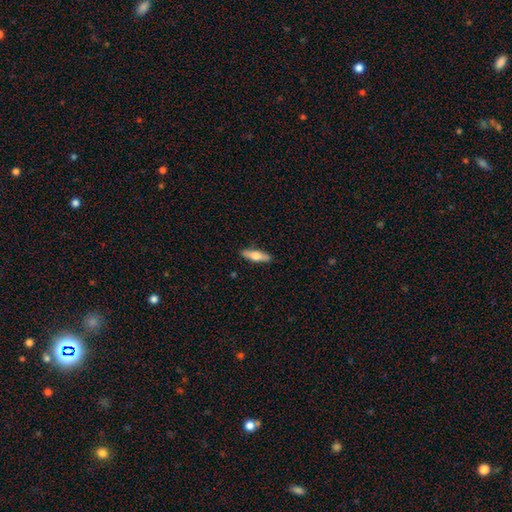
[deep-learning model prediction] This appears to be a smooth galaxy with no disk features (61%) that is cigar-shaped (60%). Merging: none (89%).